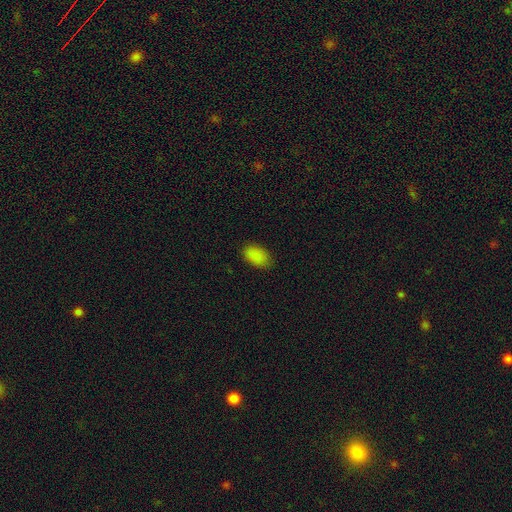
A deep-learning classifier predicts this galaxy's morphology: This is clearly a smooth galaxy (87%). How rounded: clearly in between (91%). Merging: clearly none (82%).